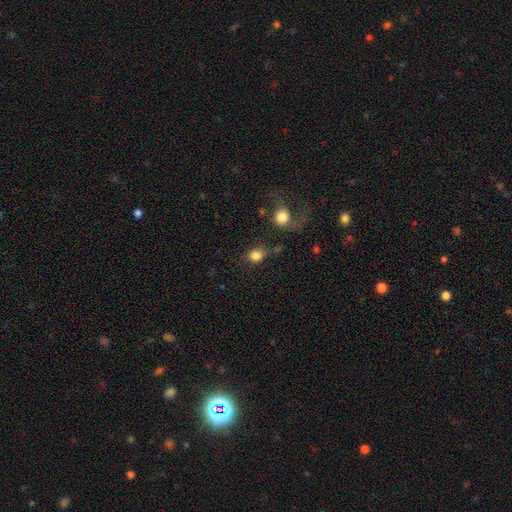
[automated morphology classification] Q: Smooth or featured?
A: smooth (83%); runner-up: star or artifact (10%)
Q: How rounded?
A: round (65%); runner-up: in between (34%)
Q: Merging?
A: none (65%); runner-up: minor disturbance (15%)